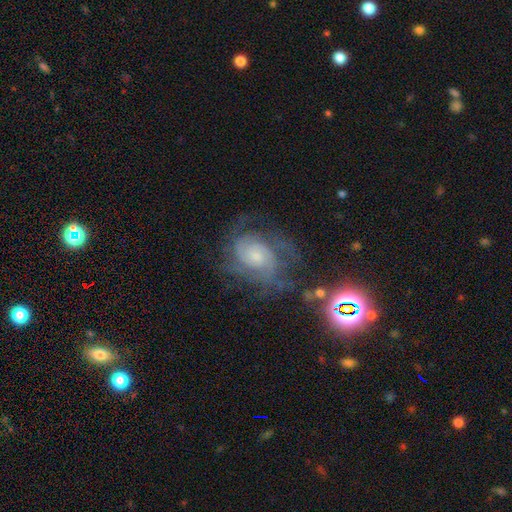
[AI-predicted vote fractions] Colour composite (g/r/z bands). It shows a featured or disk galaxy (80%) with no bar (71%), 2 (32%) tight (50%) spiral arms (94%) and a small central bulge (54%). Merging: none (59%).